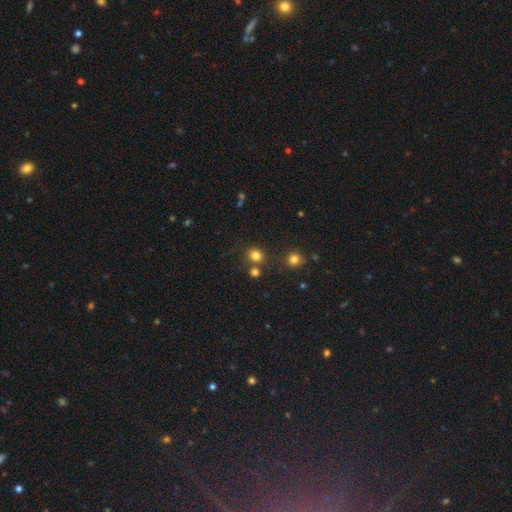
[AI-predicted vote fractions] smooth_or_featured: smooth (p=0.78) [alt: star or artifact p=0.16]
how_rounded: round (p=0.82) [alt: in between p=0.17]
merging: none (p=0.73) [alt: merger p=0.14]